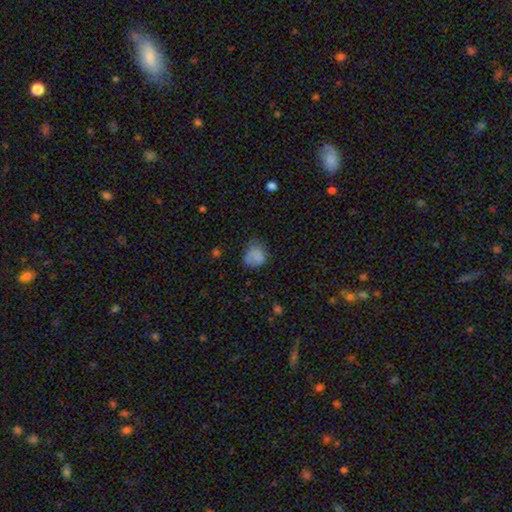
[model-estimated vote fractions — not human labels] smooth-or-featured: smooth: 76% | featured or disk: 13% | star or artifact: 11%
  how-rounded: round: 62% | in between: 37% | cigar-shaped: 1%
  merging: none: 48% | minor disturbance: 30% | major disturbance: 18% | merger: 4%